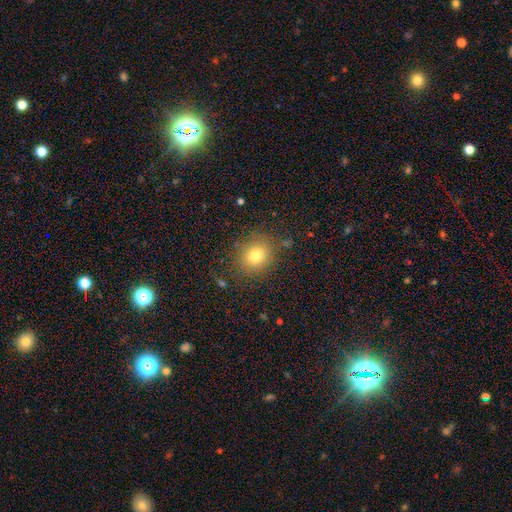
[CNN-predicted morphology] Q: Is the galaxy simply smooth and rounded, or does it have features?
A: smooth — 78%.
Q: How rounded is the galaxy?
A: round — 64%.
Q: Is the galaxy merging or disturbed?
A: none — 84%.